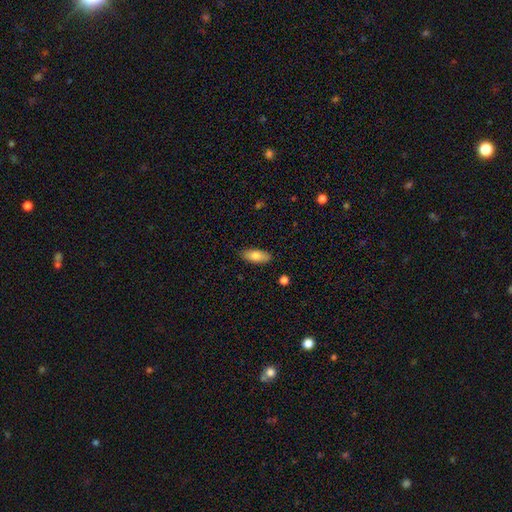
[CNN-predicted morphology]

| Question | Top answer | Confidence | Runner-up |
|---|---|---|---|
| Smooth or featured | smooth | 80% | featured or disk (14%) |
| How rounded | in between | 82% | cigar-shaped (16%) |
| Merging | none | 87% | minor disturbance (10%) |